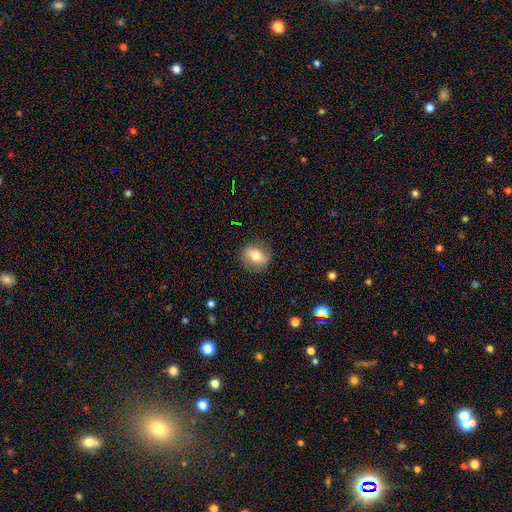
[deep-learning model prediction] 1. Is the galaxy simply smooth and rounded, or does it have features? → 67% smooth, 24% featured or disk, 9% star or artifact.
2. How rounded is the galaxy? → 68% round, 30% in between, 2% cigar-shaped.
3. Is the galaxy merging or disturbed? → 85% none, 11% minor disturbance, 3% major disturbance, 1% merger.